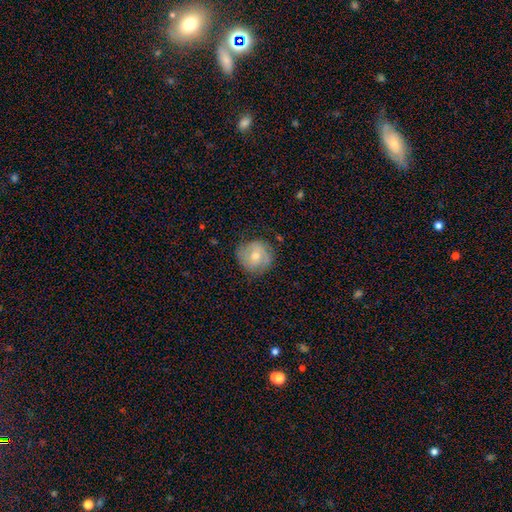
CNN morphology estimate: This is possibly a smooth galaxy (50%). How rounded: clearly round (90%). Merging: likely none (71%).